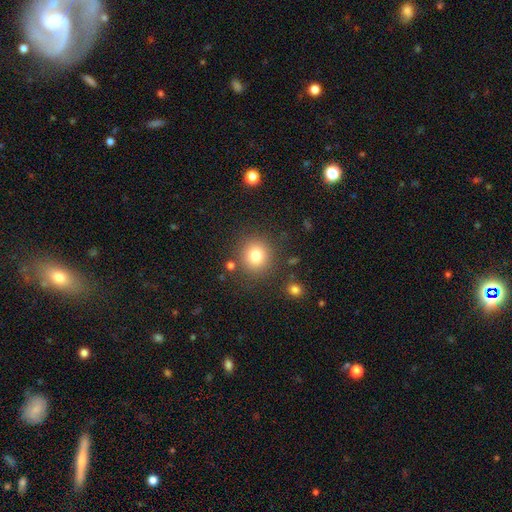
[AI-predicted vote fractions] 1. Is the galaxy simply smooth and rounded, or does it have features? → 79% smooth, 12% star or artifact, 8% featured or disk.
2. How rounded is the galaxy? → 90% round, 9% in between, 1% cigar-shaped.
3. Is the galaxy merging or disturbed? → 84% none, 8% minor disturbance, 4% merger, 4% major disturbance.